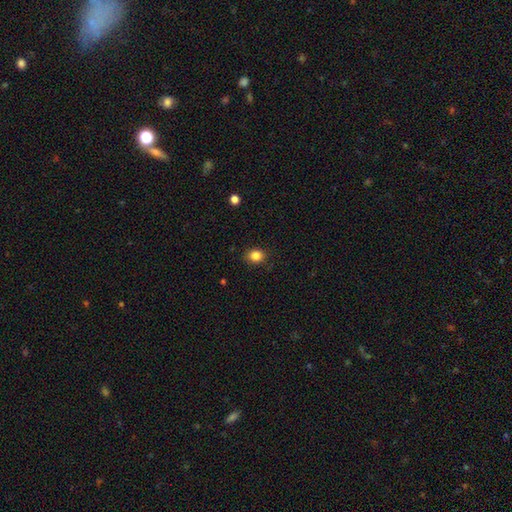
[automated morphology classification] A smooth galaxy with no disk features (85%) that is round (65%). Merging: none (88%).